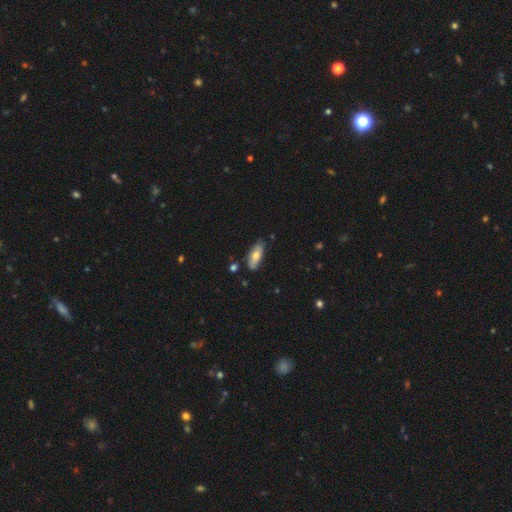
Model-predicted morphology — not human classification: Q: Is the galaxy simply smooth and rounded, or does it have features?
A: smooth — 68%.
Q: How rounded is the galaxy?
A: in between — 78%.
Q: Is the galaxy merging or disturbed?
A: none — 76%.